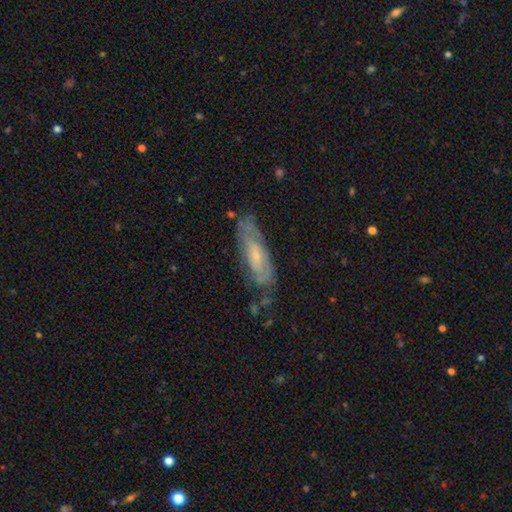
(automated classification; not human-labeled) Smooth or featured: featured or disk — 55% (smooth — 37%)
Edge-on disk: no — 73% (yes — 27%)
Merging: none — 65% (minor disturbance — 24%)